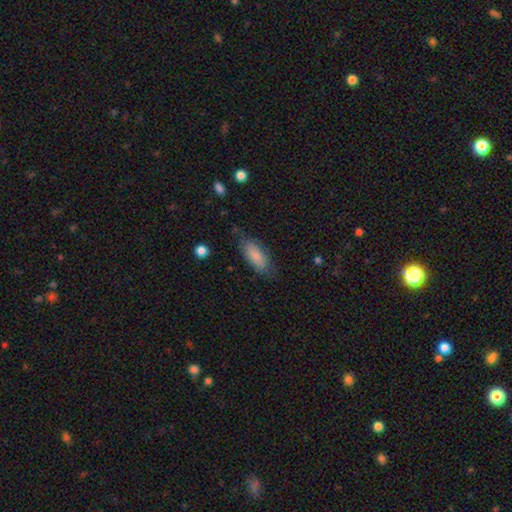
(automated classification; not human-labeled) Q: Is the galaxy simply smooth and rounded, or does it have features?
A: smooth — 84%.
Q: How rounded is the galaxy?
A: in between — 79%.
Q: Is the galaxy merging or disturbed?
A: none — 73%.